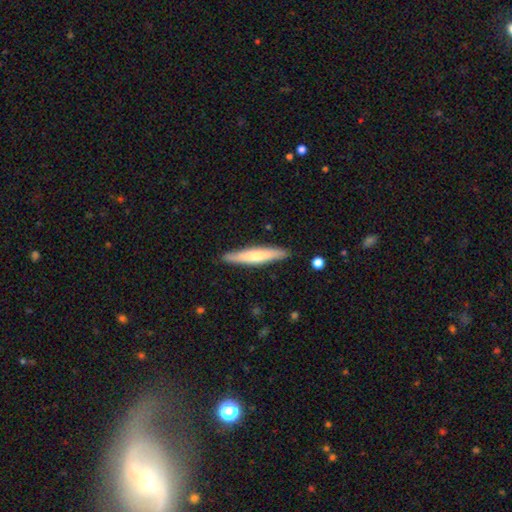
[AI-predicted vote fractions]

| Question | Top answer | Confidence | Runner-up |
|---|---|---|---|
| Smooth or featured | smooth | 56% | featured or disk (39%) |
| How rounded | cigar-shaped | 91% | in between (8%) |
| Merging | none | 89% | minor disturbance (8%) |